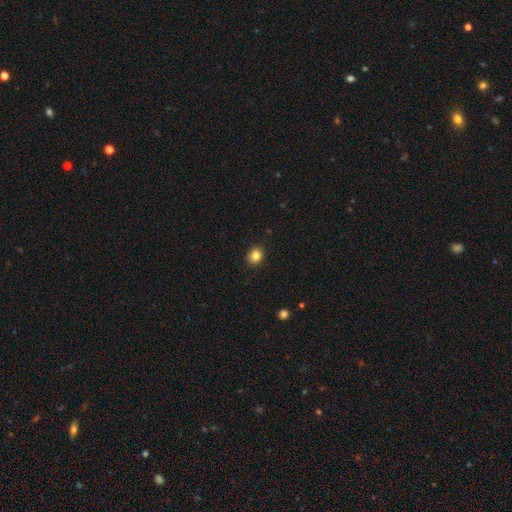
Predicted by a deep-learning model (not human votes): smooth_or_featured: smooth (p=0.83) [alt: star or artifact p=0.11]
how_rounded: round (p=0.66) [alt: in between p=0.33]
merging: none (p=0.90) [alt: minor disturbance p=0.07]